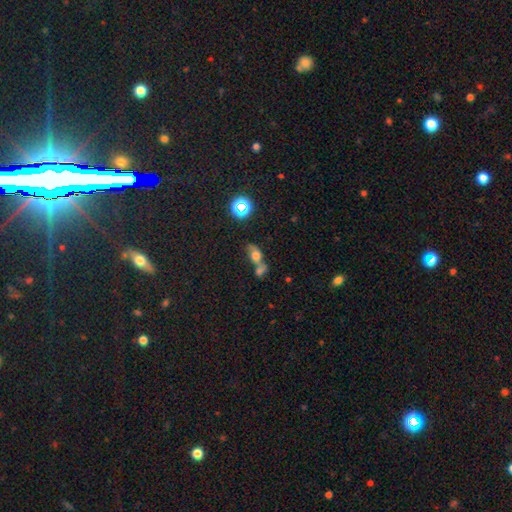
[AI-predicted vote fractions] This is possibly a smooth galaxy (57%). How rounded: likely in between (68%). Merging: likely merger (65%).